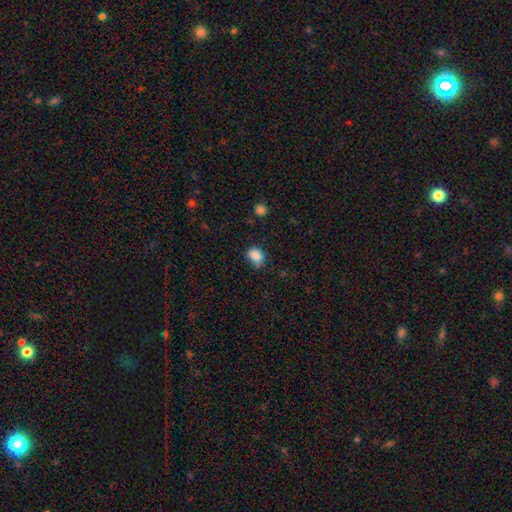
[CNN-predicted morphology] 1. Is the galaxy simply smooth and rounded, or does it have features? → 86% smooth, 10% star or artifact, 4% featured or disk.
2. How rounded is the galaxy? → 62% in between, 37% round, 1% cigar-shaped.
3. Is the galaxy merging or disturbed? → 62% none, 29% minor disturbance, 7% major disturbance, 2% merger.